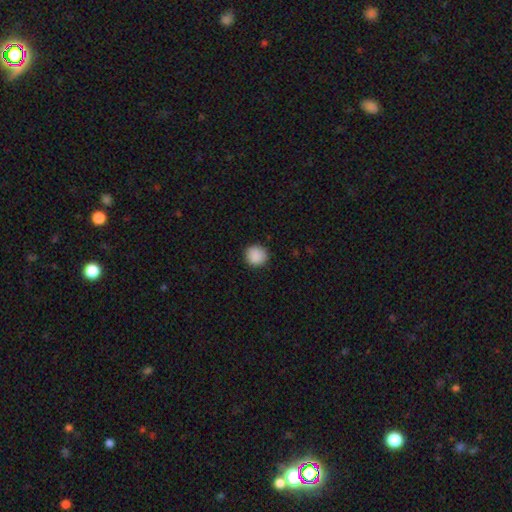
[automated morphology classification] A smooth galaxy with no disk features (89%) that is round (93%). Merging: none (90%).